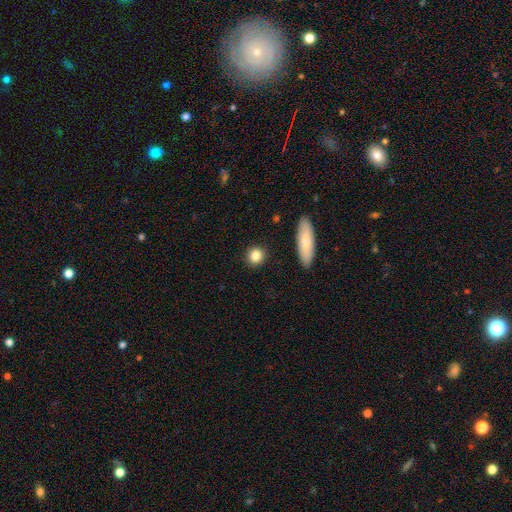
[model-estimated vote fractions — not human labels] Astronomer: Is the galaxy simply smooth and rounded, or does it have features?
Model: smooth — 84%.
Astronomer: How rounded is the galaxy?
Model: round — 86%.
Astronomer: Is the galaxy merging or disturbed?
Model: none — 90%.